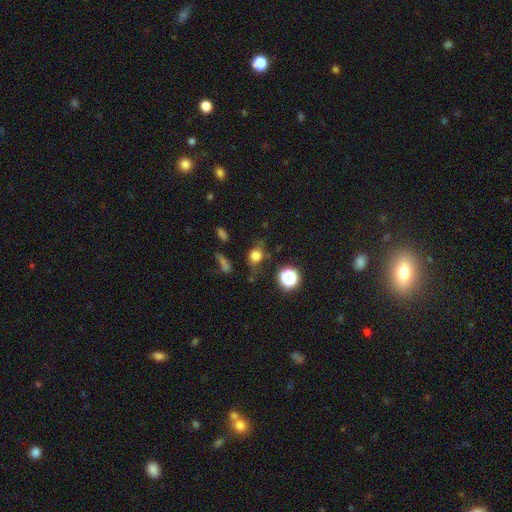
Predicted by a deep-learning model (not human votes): Smooth or featured?
  - smooth: 70% *
  - star or artifact: 18%
  - featured or disk: 12%
How rounded?
  - round: 62% *
  - in between: 35%
  - cigar-shaped: 3%
Merging?
  - none: 65% *
  - minor disturbance: 21%
  - major disturbance: 9%
  - merger: 5%